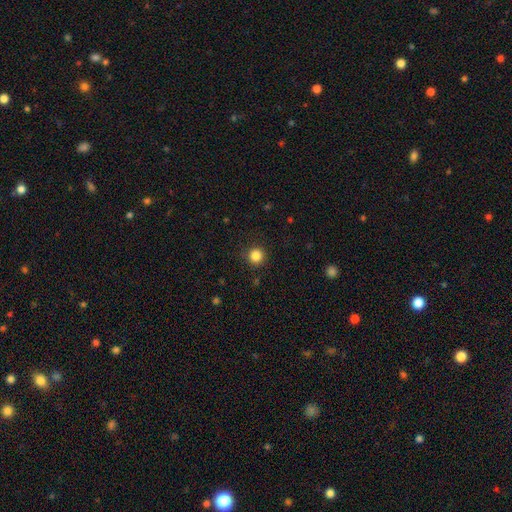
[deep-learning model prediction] The model was most divided on "smooth or featured": smooth: 84%, star or artifact: 12%, featured or disk: 4%. More confident: how rounded — round (95%); merging — none (90%).